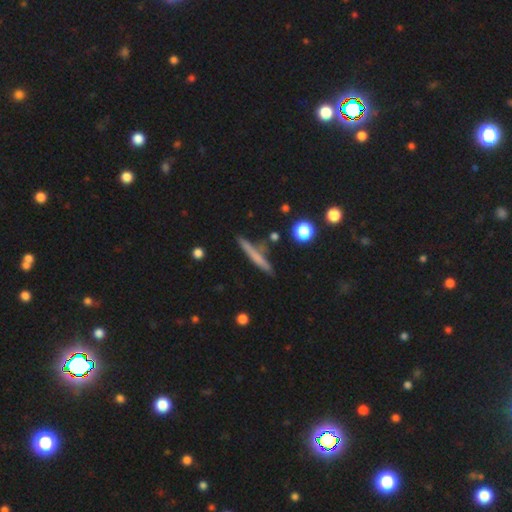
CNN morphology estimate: Smooth or featured: smooth — 55% (featured or disk — 38%)
How rounded: cigar-shaped — 94% (in between — 4%)
Merging: none — 82% (minor disturbance — 11%)